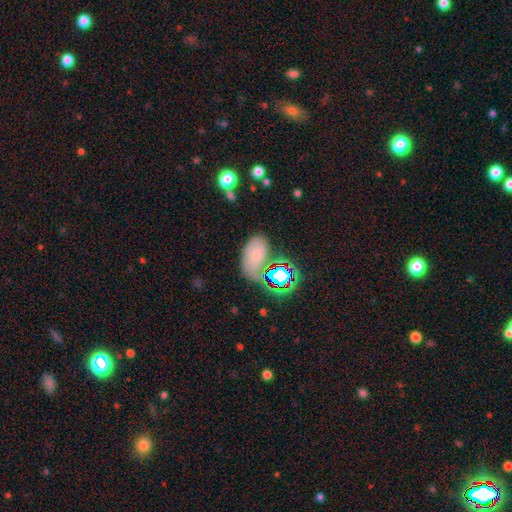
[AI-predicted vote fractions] This is possibly a smooth galaxy (59%). How rounded: clearly in between (88%). Merging: possibly none (55%).